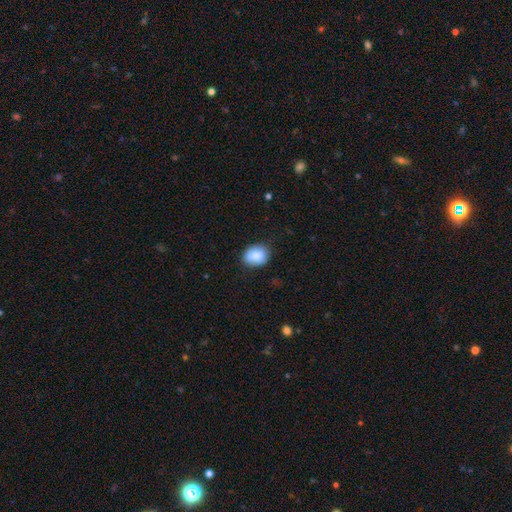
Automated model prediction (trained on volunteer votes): A smooth galaxy with no disk features (84%) that is in between round and cigar-shaped (56%). Merging: none (79%).